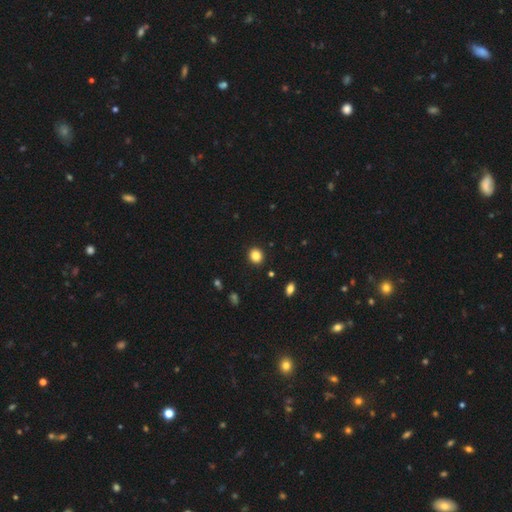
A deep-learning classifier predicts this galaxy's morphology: smooth-or-featured: smooth: 85% | star or artifact: 11% | featured or disk: 4%
  how-rounded: round: 74% | in between: 25% | cigar-shaped: 1%
  merging: none: 91% | minor disturbance: 6% | major disturbance: 2% | merger: 1%